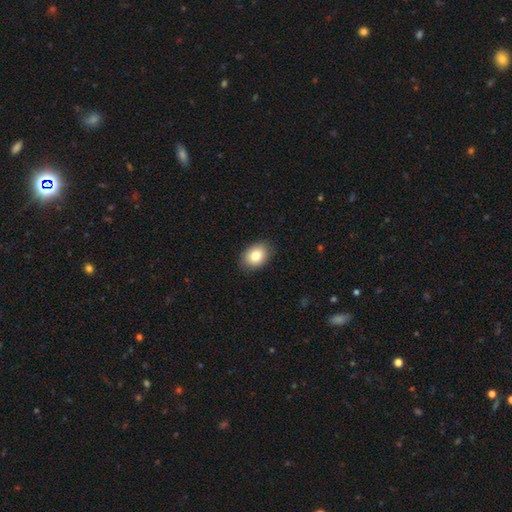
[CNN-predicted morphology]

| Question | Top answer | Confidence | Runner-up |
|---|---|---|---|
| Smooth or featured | smooth | 83% | featured or disk (9%) |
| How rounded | in between | 77% | round (22%) |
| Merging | none | 87% | minor disturbance (10%) |